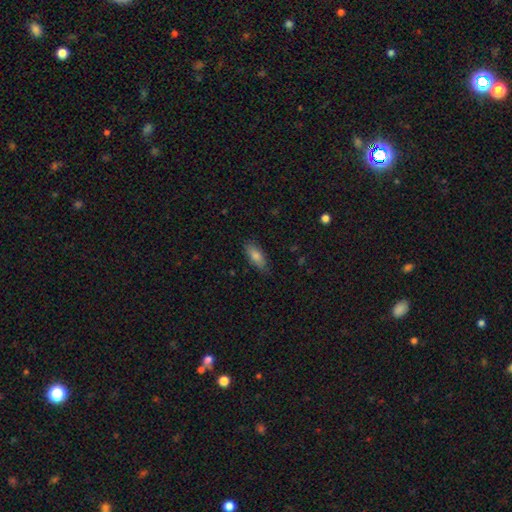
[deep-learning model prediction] Smooth or featured?
  - smooth: 78% *
  - featured or disk: 15%
  - star or artifact: 8%
How rounded?
  - in between: 69% *
  - cigar-shaped: 29%
  - round: 2%
Merging?
  - none: 82% *
  - minor disturbance: 14%
  - major disturbance: 3%
  - merger: 1%